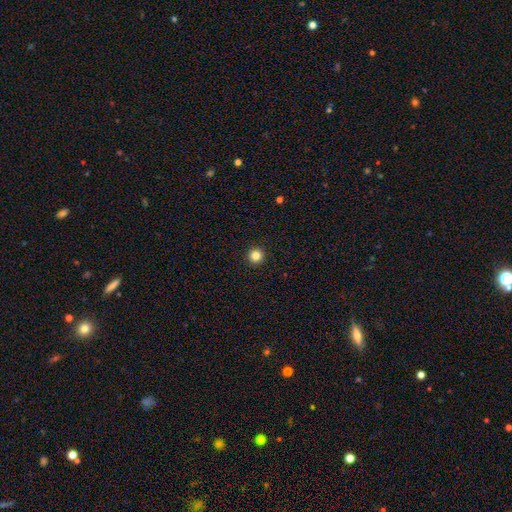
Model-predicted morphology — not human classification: Smooth or featured: smooth — 83% (star or artifact — 12%)
How rounded: round — 96% (in between — 3%)
Merging: none — 94% (minor disturbance — 4%)